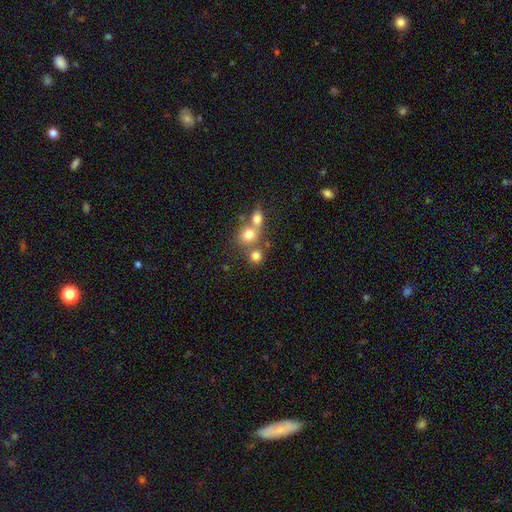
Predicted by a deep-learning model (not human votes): This appears to be a smooth galaxy with no disk features (74%) that is round (81%). Merging: none (50%).